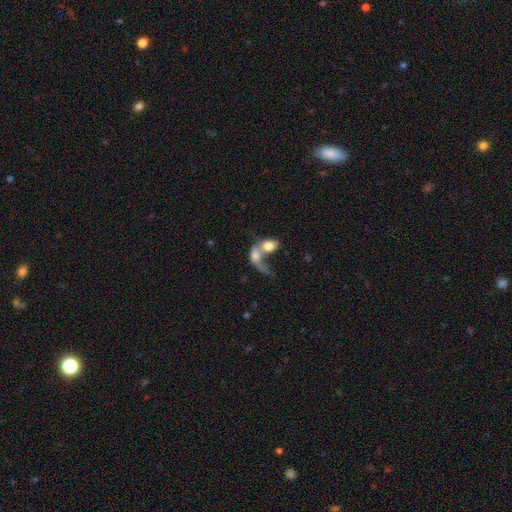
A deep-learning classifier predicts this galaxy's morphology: Smooth or featured: smooth — 60% (featured or disk — 31%)
How rounded: in between — 69% (round — 27%)
Merging: merger — 74% (major disturbance — 12%)